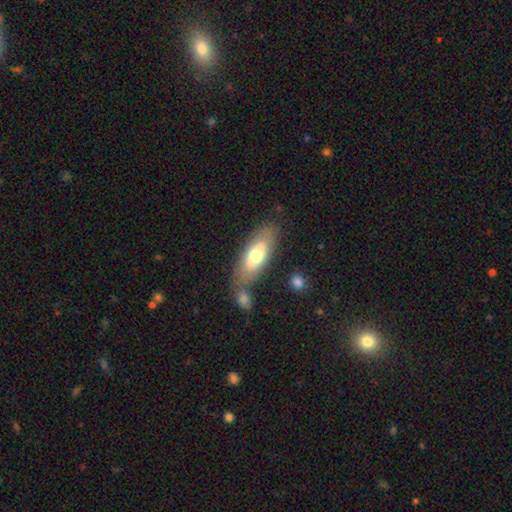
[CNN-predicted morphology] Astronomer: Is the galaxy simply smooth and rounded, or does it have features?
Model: smooth — 65%.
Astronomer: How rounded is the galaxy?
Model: in between — 75%.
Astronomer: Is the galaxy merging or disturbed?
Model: none — 62%.